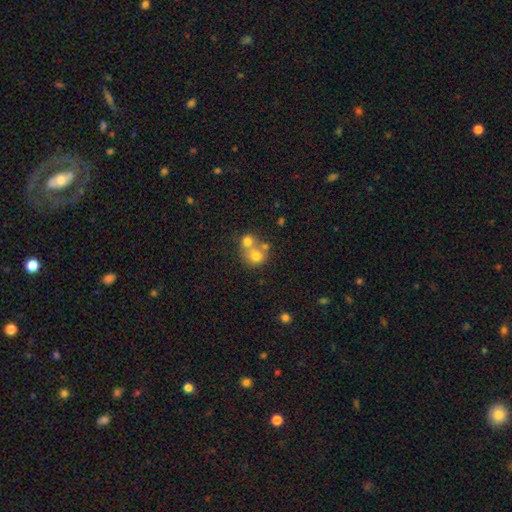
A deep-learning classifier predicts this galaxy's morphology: Overall: smooth (70%). How rounded: round (80%). Merging: merger (57%; none 34%).